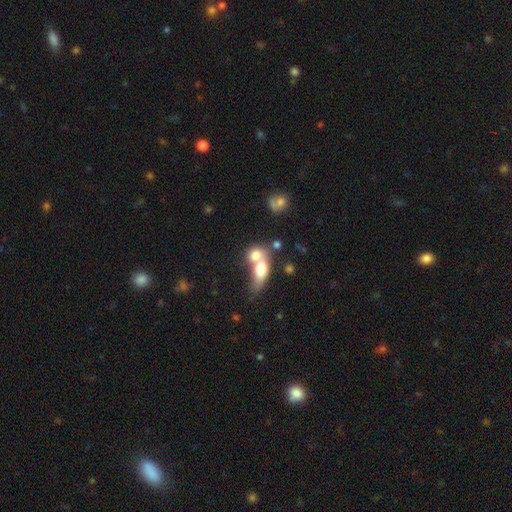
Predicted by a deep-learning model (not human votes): Smooth or featured? Predicted: smooth (p=0.71). How rounded? Predicted: in between (p=0.64). Merging? Predicted: merger (p=0.71).